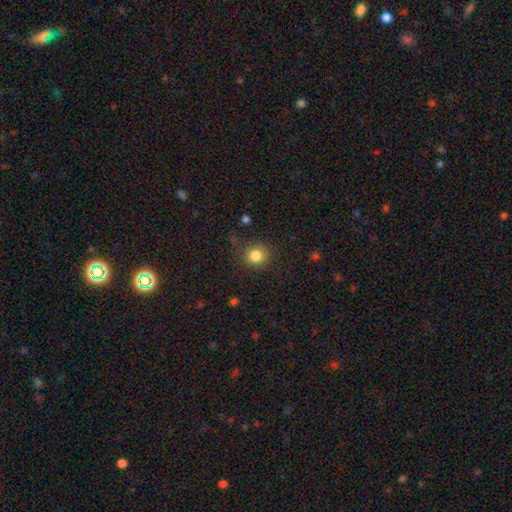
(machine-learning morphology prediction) smooth-or-featured: smooth: 84% | star or artifact: 11% | featured or disk: 5%
  how-rounded: round: 91% | in between: 8% | cigar-shaped: 1%
  merging: none: 83% | minor disturbance: 11% | major disturbance: 4% | merger: 2%